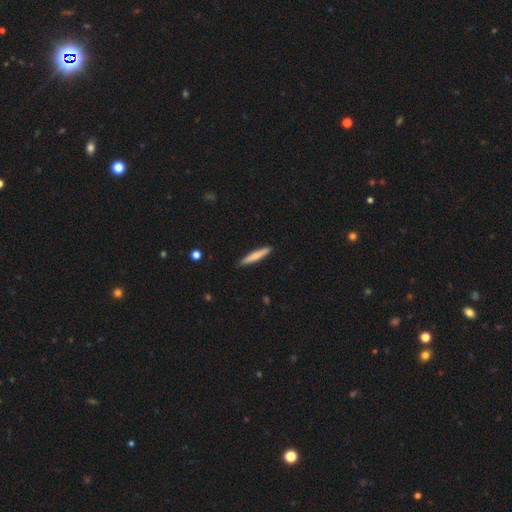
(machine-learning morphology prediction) Q: Smooth or featured?
A: smooth (72%); runner-up: featured or disk (23%)
Q: How rounded?
A: cigar-shaped (93%); runner-up: in between (6%)
Q: Merging?
A: none (90%); runner-up: minor disturbance (7%)